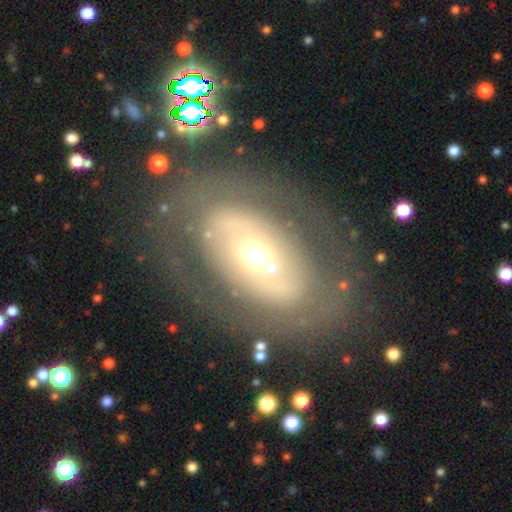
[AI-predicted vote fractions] This appears to be a featured or disk galaxy (62%) with no bar (65%), no spiral arms (74%) and a moderate central bulge (61%). Merging: none (76%).